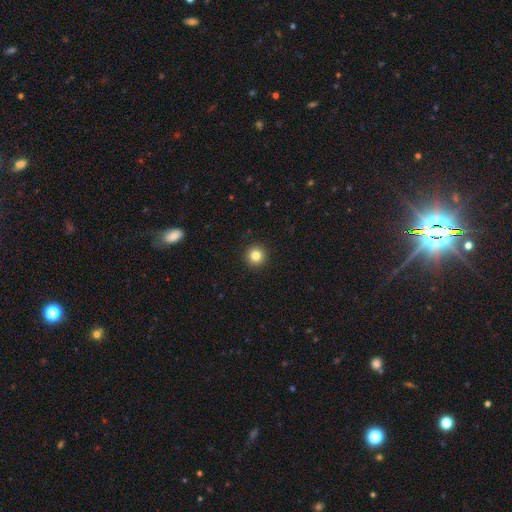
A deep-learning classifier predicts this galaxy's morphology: Q: Smooth or featured?
A: smooth (83%); runner-up: star or artifact (11%)
Q: How rounded?
A: round (96%); runner-up: in between (3%)
Q: Merging?
A: none (93%); runner-up: minor disturbance (4%)